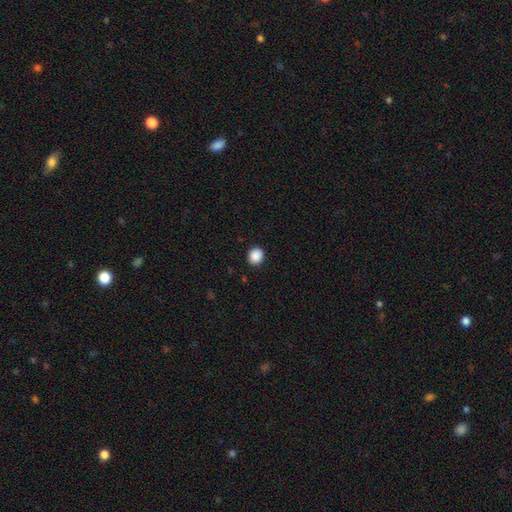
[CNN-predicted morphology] The model was most divided on "how rounded": round: 81%, in between: 18%, cigar-shaped: 1%. More confident: merging — none (92%); smooth or featured — smooth (89%).